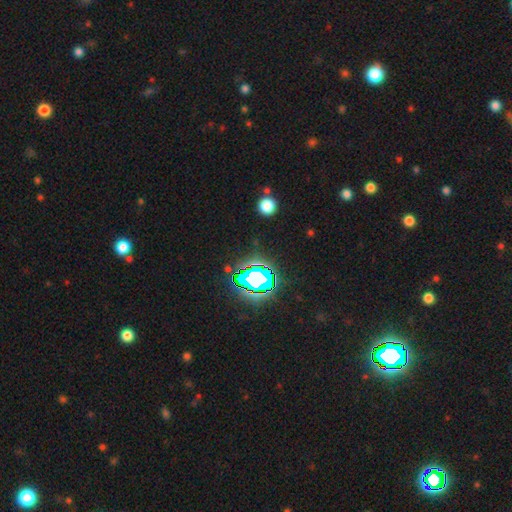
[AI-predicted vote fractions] Smooth or featured?
  - star or artifact: 78% *
  - smooth: 14%
  - featured or disk: 8%